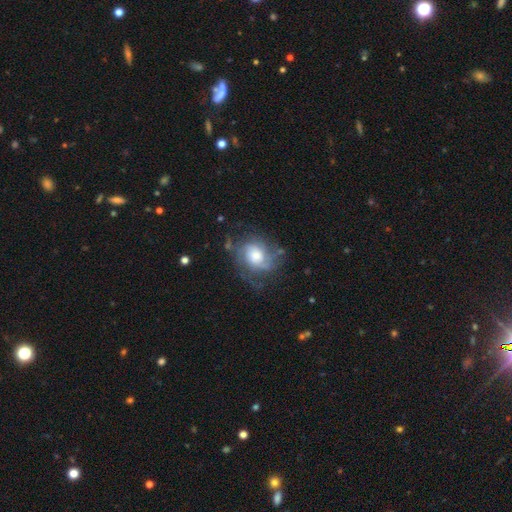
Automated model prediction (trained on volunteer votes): smooth_or_featured: featured or disk (p=0.69) [alt: smooth p=0.23]
disk_edge_on: no (p=0.97) [alt: yes p=0.03]
bar: no (p=0.73) [alt: weak p=0.23]
has_spiral_arms: yes (p=0.86) [alt: no p=0.14]
spiral_winding: tight (p=0.42) [alt: medium p=0.40]
spiral_arm_count: can't tell (p=0.38) [alt: 2 p=0.30]
bulge_size: moderate (p=0.45) [alt: large p=0.27]
merging: none (p=0.57) [alt: minor disturbance p=0.22]